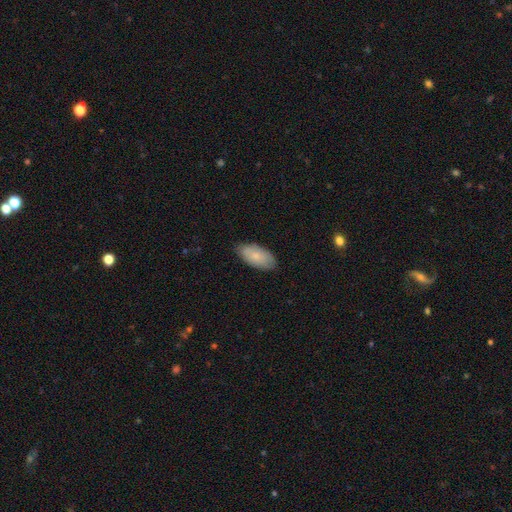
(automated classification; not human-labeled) Smooth or featured?
  - smooth: 80% *
  - featured or disk: 14%
  - star or artifact: 6%
How rounded?
  - in between: 93% *
  - cigar-shaped: 5%
  - round: 2%
Merging?
  - none: 81% *
  - minor disturbance: 15%
  - major disturbance: 2%
  - merger: 1%